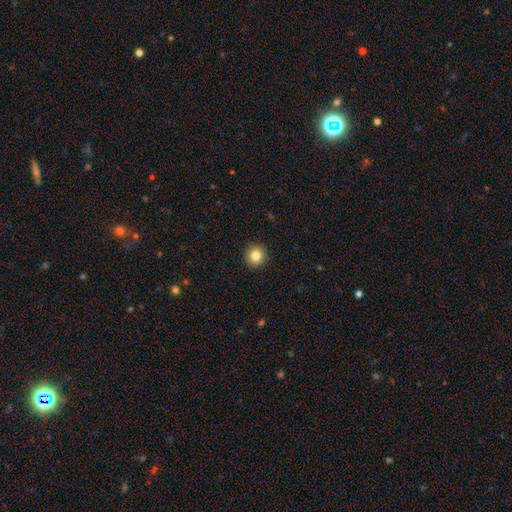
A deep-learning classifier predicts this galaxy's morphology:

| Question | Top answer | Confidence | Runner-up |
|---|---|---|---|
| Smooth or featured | smooth | 83% | star or artifact (10%) |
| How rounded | round | 94% | in between (5%) |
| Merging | none | 93% | minor disturbance (5%) |